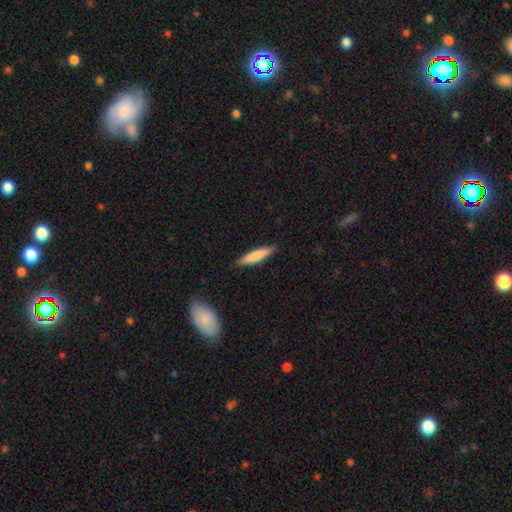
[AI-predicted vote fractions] Morphology: type=smooth (82%); roundness=cigar-shaped (81%); merging=none (88%).